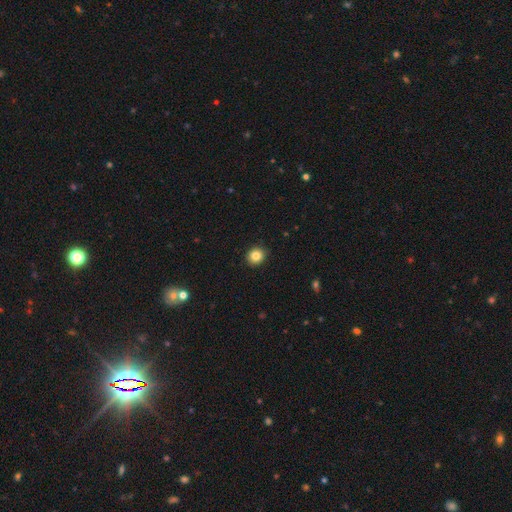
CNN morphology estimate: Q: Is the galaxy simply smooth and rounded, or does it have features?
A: smooth — 84%.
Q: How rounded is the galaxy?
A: round — 86%.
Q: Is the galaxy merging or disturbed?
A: none — 91%.